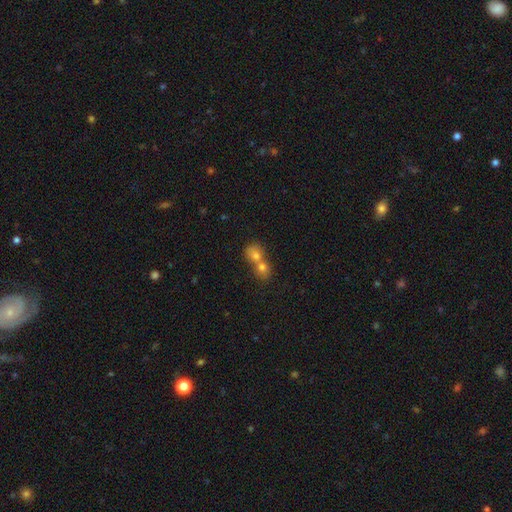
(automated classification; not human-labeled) smooth-or-featured: smooth: 69% | featured or disk: 16% | star or artifact: 15%
  how-rounded: round: 70% | in between: 28% | cigar-shaped: 2%
  merging: merger: 65% | none: 27% | minor disturbance: 5% | major disturbance: 2%